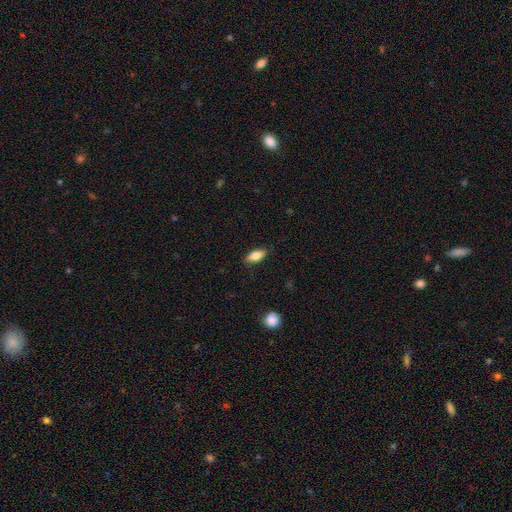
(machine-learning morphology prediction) Smooth or featured: smooth — 80% (featured or disk — 14%)
How rounded: in between — 83% (cigar-shaped — 14%)
Merging: none — 85% (minor disturbance — 12%)